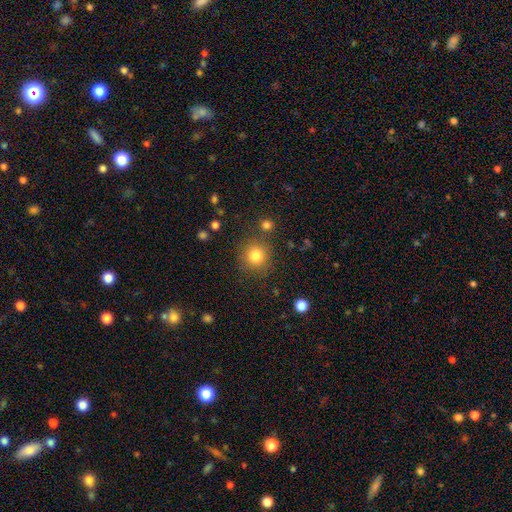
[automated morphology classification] Overall: smooth (82%). How rounded: round (92%). Merging: none (83%).